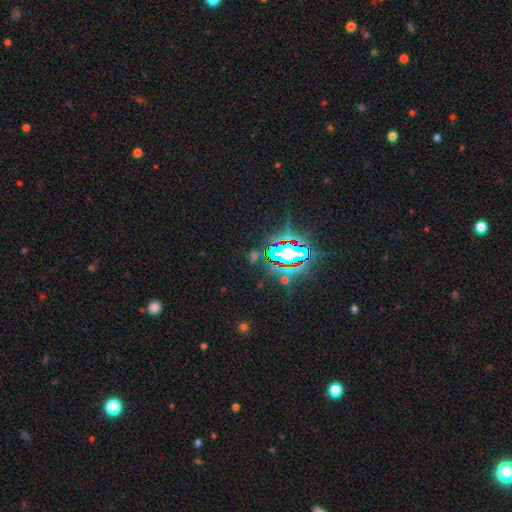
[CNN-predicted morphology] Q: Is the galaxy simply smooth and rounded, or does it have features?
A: star or artifact — 73%.